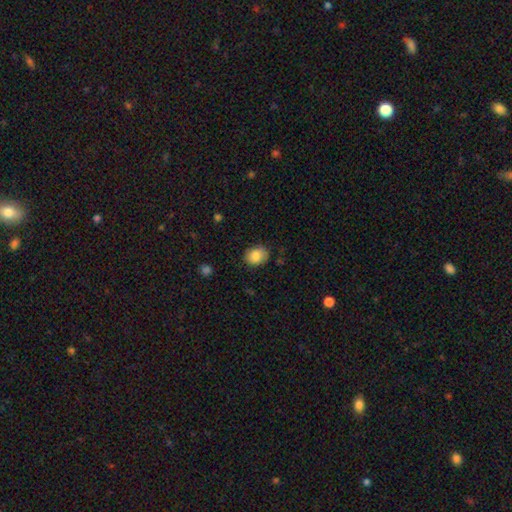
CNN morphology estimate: The model was most divided on "how rounded": round: 56%, in between: 43%, cigar-shaped: 1%. More confident: smooth or featured — smooth (82%); merging — none (77%).